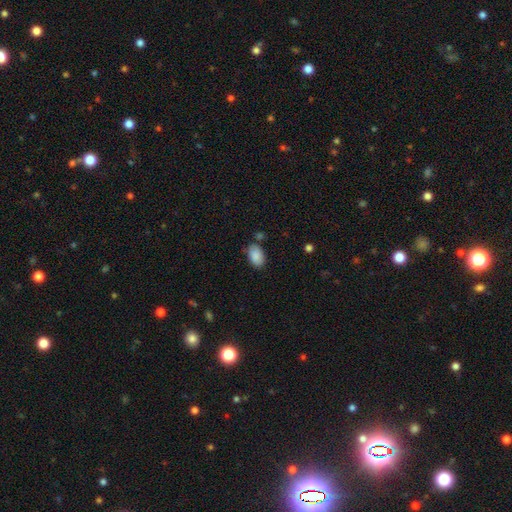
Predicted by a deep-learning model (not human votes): Overall: smooth (89%). How rounded: in between (90%). Merging: none (71%).